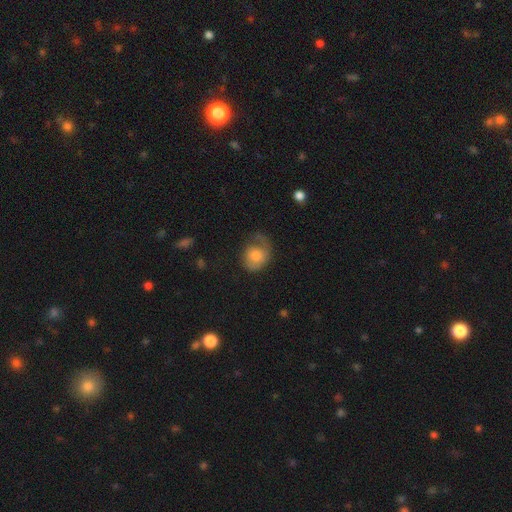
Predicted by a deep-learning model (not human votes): Morphology: type=smooth (60%); roundness=round (57%); merging=none (38%).